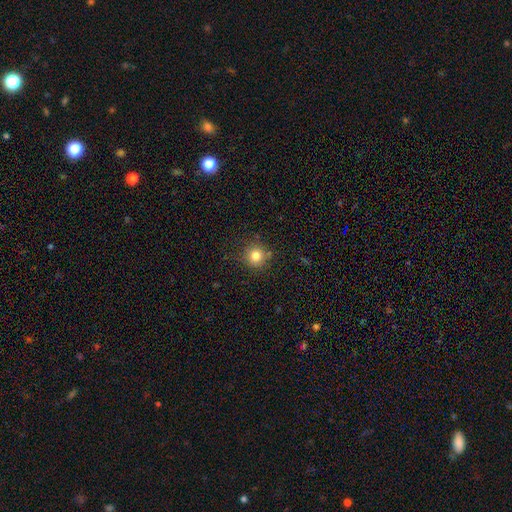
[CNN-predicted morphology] The model was most divided on "smooth or featured": smooth: 81%, star or artifact: 13%, featured or disk: 7%. More confident: how rounded — round (93%); merging — none (84%).